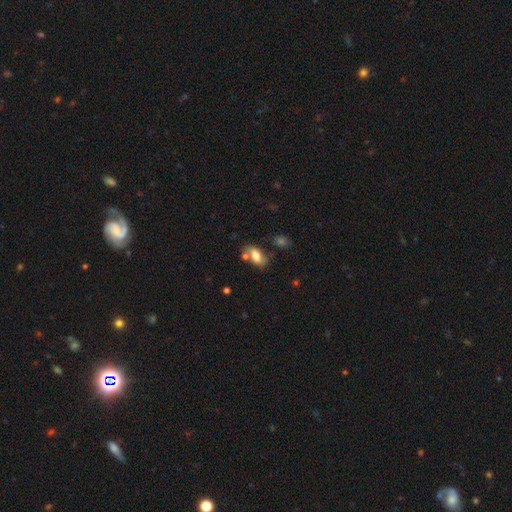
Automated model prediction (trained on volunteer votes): Overall: smooth (70%). How rounded: in between (88%). Merging: none (52%; merger 22%).